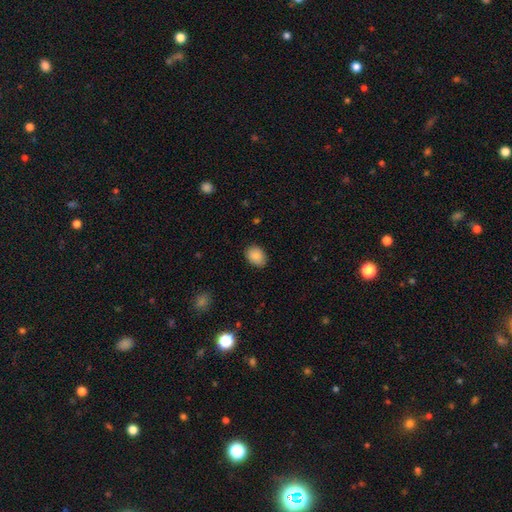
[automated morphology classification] smooth 87%, star or artifact 8%, featured or disk 5%. Down the decision tree: how rounded — in between (73%); merging — none (85%).